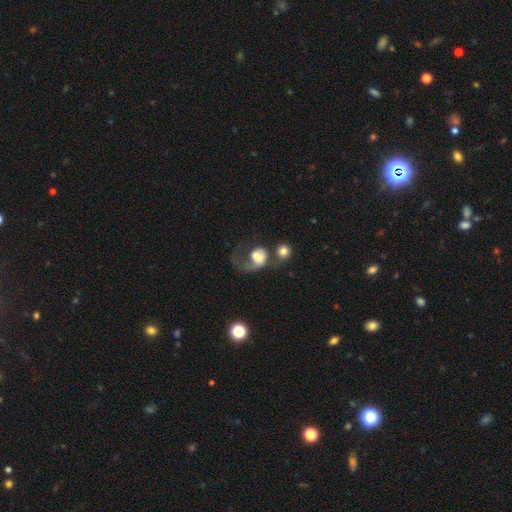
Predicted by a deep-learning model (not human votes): Morphology: type=smooth (51%); roundness=round (51%); merging=major disturbance (48%).